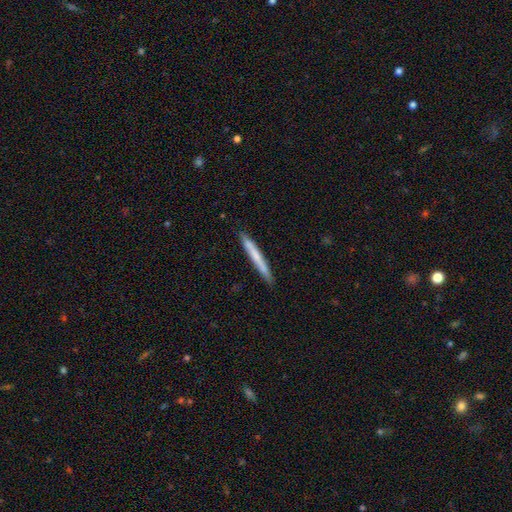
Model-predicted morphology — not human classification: smooth-or-featured: smooth: 61% | featured or disk: 34% | star or artifact: 5%
  how-rounded: cigar-shaped: 97% | in between: 2% | round: 1%
  merging: none: 90% | minor disturbance: 8% | major disturbance: 1% | merger: 1%